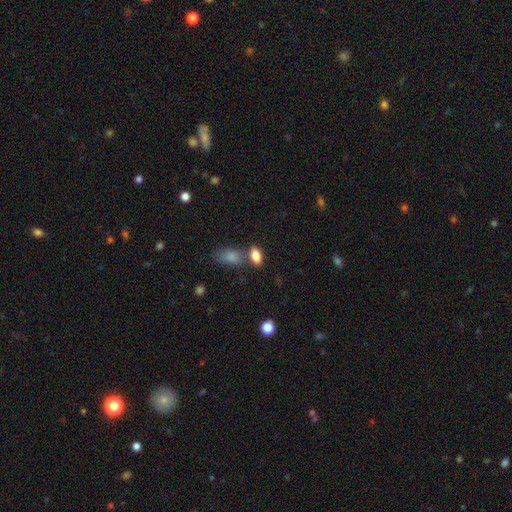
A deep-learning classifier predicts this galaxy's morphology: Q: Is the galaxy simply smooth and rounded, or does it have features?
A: smooth — 84%.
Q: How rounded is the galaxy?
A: in between — 88%.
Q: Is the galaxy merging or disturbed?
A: none — 59%.